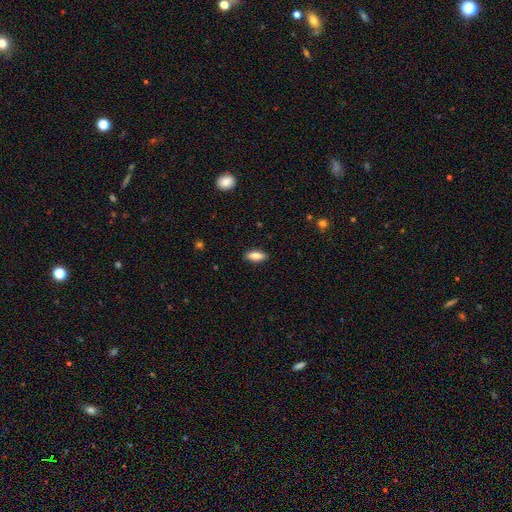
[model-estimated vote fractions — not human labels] A smooth galaxy with no disk features (81%) that is in between round and cigar-shaped (79%).

Vote fractions:
- Smooth or featured? smooth: 81% / featured or disk: 12% / star or artifact: 7%
- How rounded? in between: 79% / cigar-shaped: 19% / round: 2%
- Merging? none: 88% / minor disturbance: 9% / major disturbance: 2% / merger: 1%